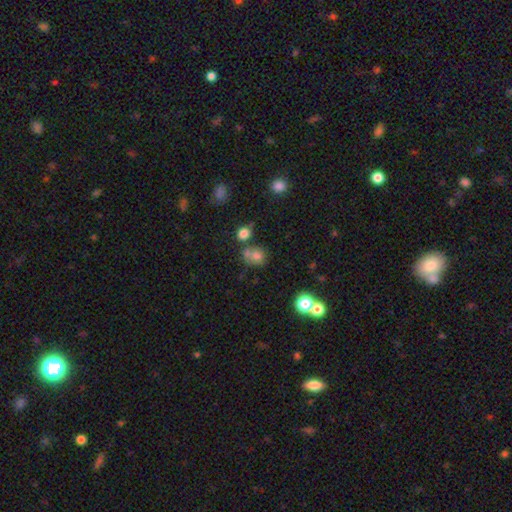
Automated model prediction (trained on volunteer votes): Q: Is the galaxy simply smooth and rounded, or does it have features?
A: smooth — 69%.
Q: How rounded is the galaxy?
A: round — 69%.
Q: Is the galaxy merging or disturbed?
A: none — 48%.